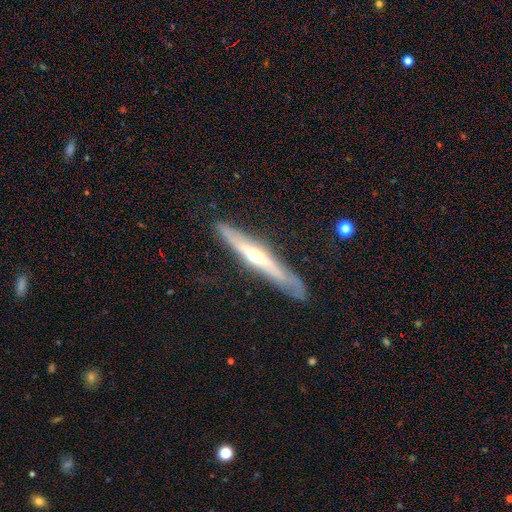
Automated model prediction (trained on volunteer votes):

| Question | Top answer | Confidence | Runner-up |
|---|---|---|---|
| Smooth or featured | featured or disk | 70% | smooth (24%) |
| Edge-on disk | yes | 89% | no (11%) |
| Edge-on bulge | rounded | 79% | none (16%) |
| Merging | none | 81% | minor disturbance (14%) |